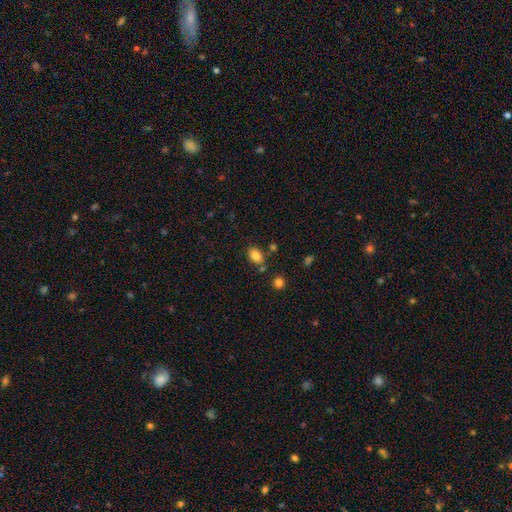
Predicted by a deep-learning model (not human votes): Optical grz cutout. It shows a smooth galaxy with no disk features (83%) that is in between round and cigar-shaped (86%). Merging: none (75%).